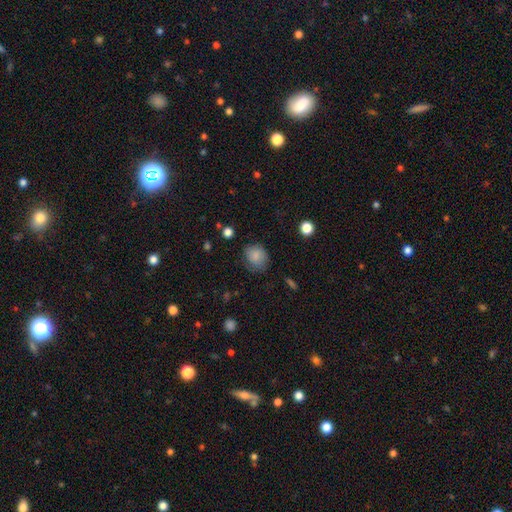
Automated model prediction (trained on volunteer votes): Morphology: type=smooth (84%); roundness=round (66%); merging=none (66%).